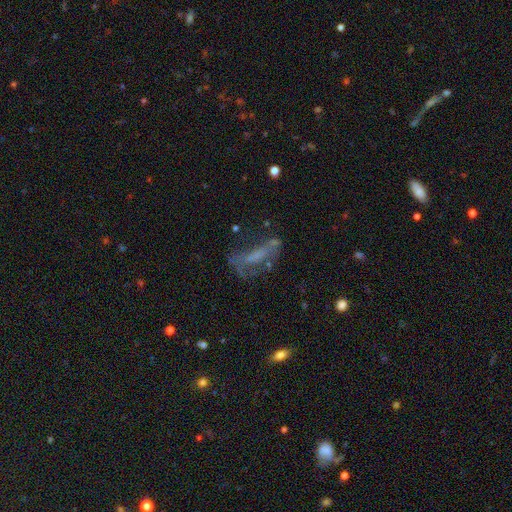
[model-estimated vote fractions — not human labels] A featured or disk galaxy (48%).

Vote fractions:
- Smooth or featured? featured or disk: 48% / smooth: 32% / star or artifact: 20%
- Merging? none: 38% / major disturbance: 35% / minor disturbance: 19% / merger: 8%